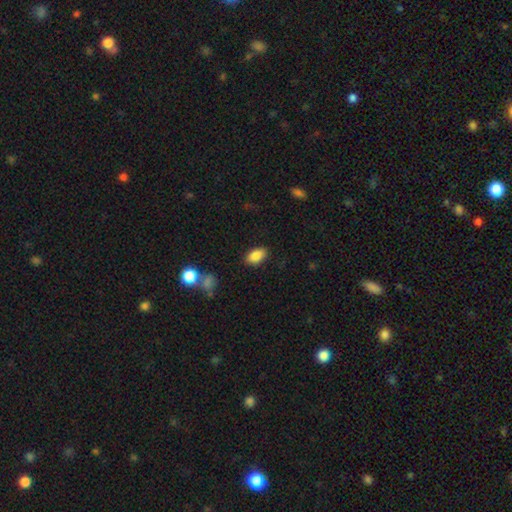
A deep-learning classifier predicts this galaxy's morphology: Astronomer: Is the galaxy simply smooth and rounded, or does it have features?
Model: smooth — 86%.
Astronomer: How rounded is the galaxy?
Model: in between — 91%.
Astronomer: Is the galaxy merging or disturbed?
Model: none — 85%.